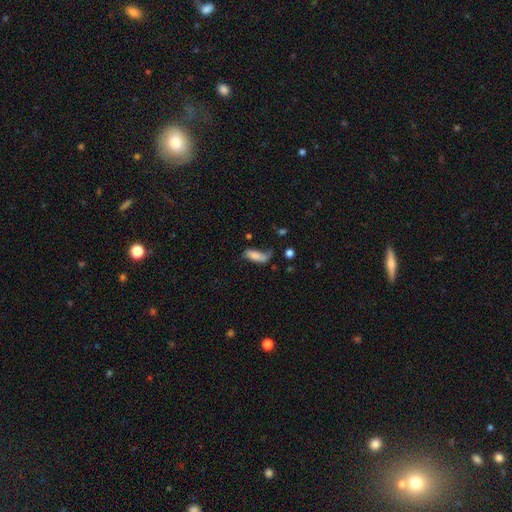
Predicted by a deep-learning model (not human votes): smooth 75%, featured or disk 17%, star or artifact 9%. Down the decision tree: how rounded — in between (72%); merging — none (37%).